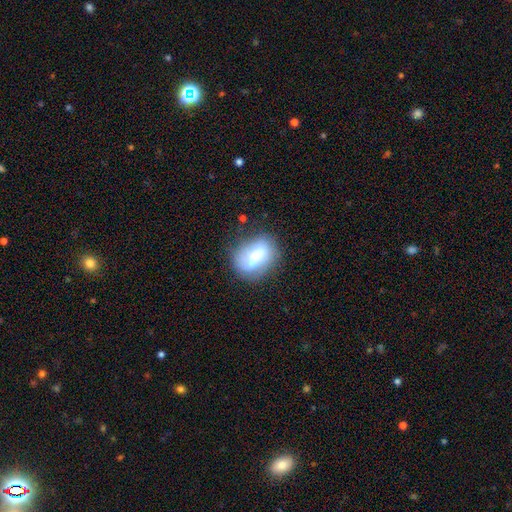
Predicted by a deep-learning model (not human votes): smooth 58%, featured or disk 33%, star or artifact 9%. Down the decision tree: how rounded — in between (58%); merging — none (63%).